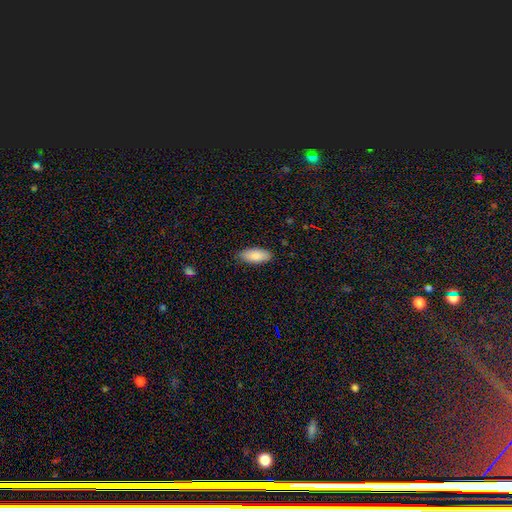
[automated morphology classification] A smooth galaxy with no disk features (88%) that is in between round and cigar-shaped (86%).

Vote fractions:
- Smooth or featured? smooth: 88% / featured or disk: 6% / star or artifact: 6%
- How rounded? in between: 86% / cigar-shaped: 13% / round: 2%
- Merging? none: 86% / minor disturbance: 11% / major disturbance: 2% / merger: 1%